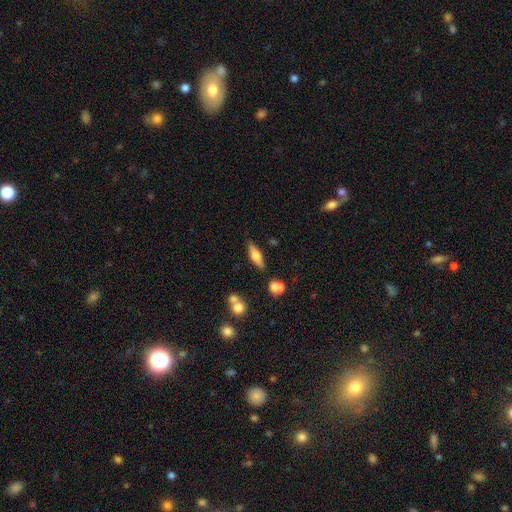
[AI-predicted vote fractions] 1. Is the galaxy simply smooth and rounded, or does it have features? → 49% featured or disk, 43% smooth, 7% star or artifact.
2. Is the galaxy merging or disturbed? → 81% none, 11% minor disturbance, 5% merger, 3% major disturbance.